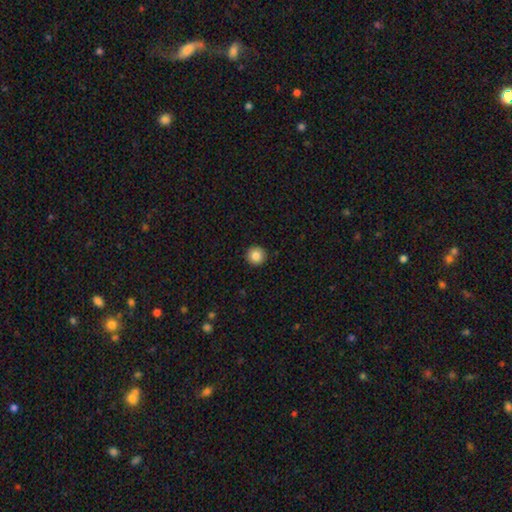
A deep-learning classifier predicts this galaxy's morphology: A smooth galaxy with no disk features (85%) that is round (96%).

Vote fractions:
- Smooth or featured? smooth: 85% / star or artifact: 9% / featured or disk: 5%
- How rounded? round: 96% / in between: 3% / cigar-shaped: 1%
- Merging? none: 93% / minor disturbance: 4% / major disturbance: 1% / merger: 1%